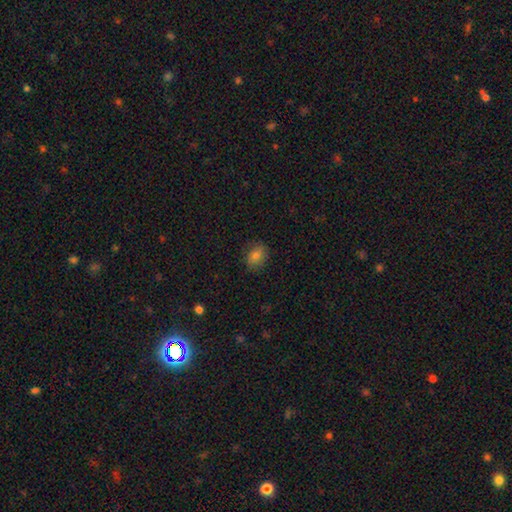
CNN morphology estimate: Smooth or featured? smooth (78%)
How rounded? in between (60%)
Merging? none (83%)